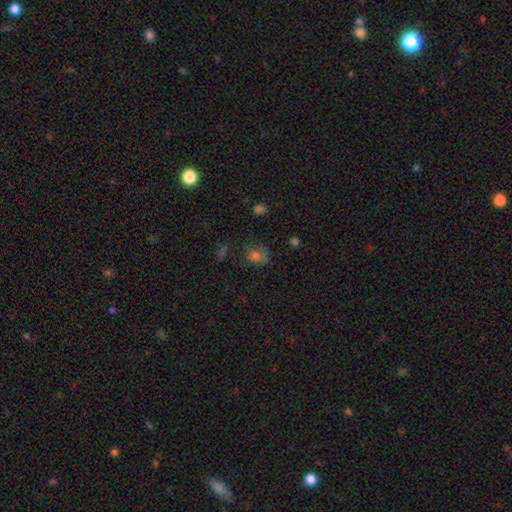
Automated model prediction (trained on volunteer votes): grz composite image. It shows a smooth galaxy with no disk features (65%) that is in between round and cigar-shaped (53%). Merging: none (53%).